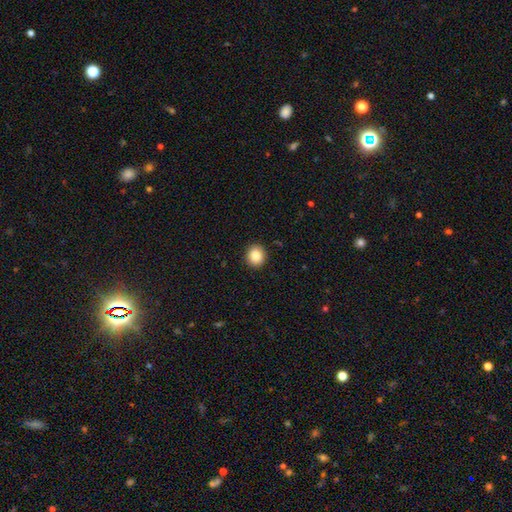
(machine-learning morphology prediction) Overall: smooth (86%). How rounded: round (87%). Merging: none (92%).